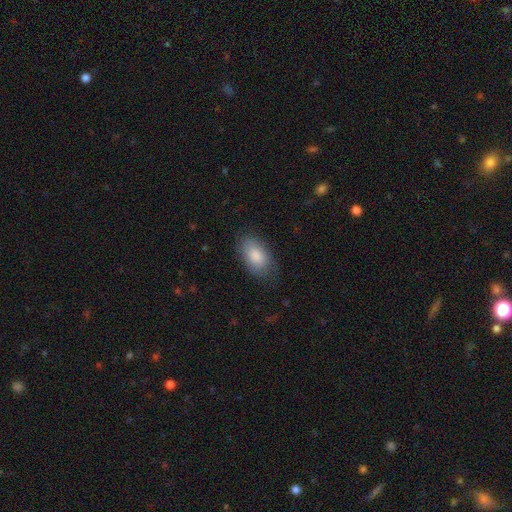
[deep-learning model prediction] Smooth or featured? Predicted: smooth (p=0.85). How rounded? Predicted: in between (p=0.93). Merging? Predicted: none (p=0.75).